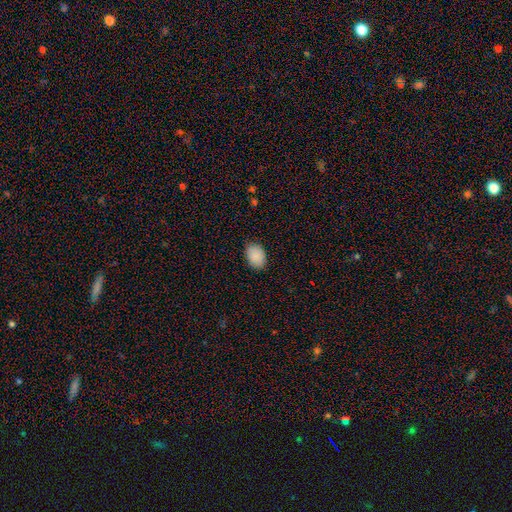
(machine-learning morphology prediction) smooth-or-featured: smooth: 90% | star or artifact: 7% | featured or disk: 3%
  how-rounded: in between: 79% | round: 20% | cigar-shaped: 1%
  merging: none: 85% | minor disturbance: 11% | major disturbance: 2% | merger: 1%